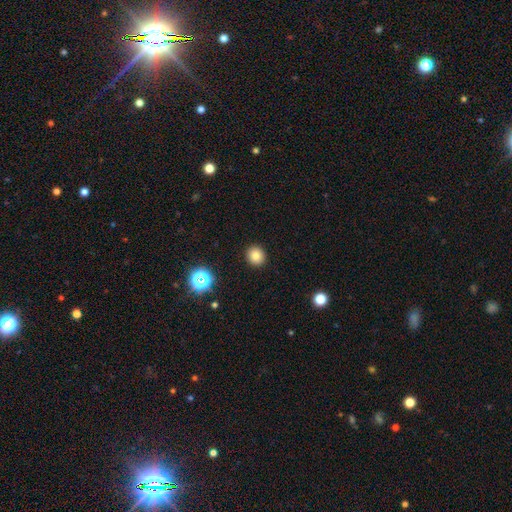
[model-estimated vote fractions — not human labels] smooth-or-featured: smooth: 81% | star or artifact: 13% | featured or disk: 6%
  how-rounded: round: 85% | in between: 14% | cigar-shaped: 1%
  merging: none: 92% | minor disturbance: 5% | major disturbance: 2% | merger: 1%